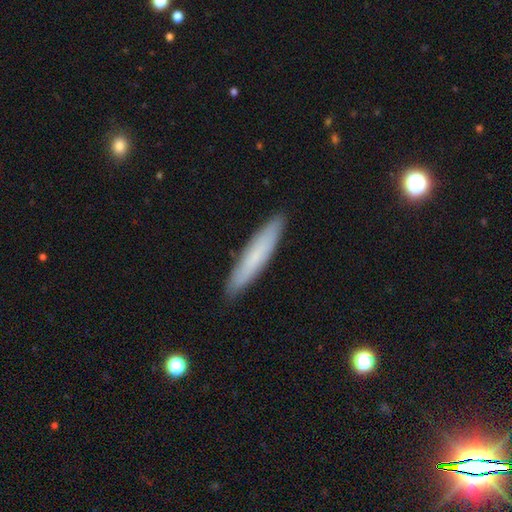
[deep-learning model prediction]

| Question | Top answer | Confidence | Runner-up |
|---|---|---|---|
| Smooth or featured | smooth | 66% | featured or disk (26%) |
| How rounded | cigar-shaped | 91% | in between (8%) |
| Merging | none | 90% | minor disturbance (7%) |